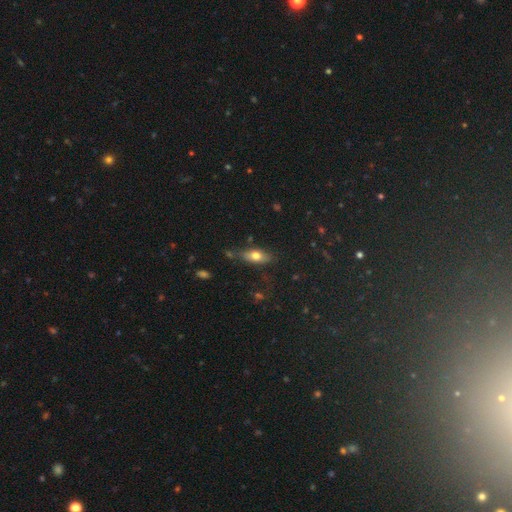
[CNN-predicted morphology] Q: Smooth or featured?
A: smooth (69%); runner-up: featured or disk (23%)
Q: How rounded?
A: in between (74%); runner-up: cigar-shaped (20%)
Q: Merging?
A: none (70%); runner-up: minor disturbance (21%)